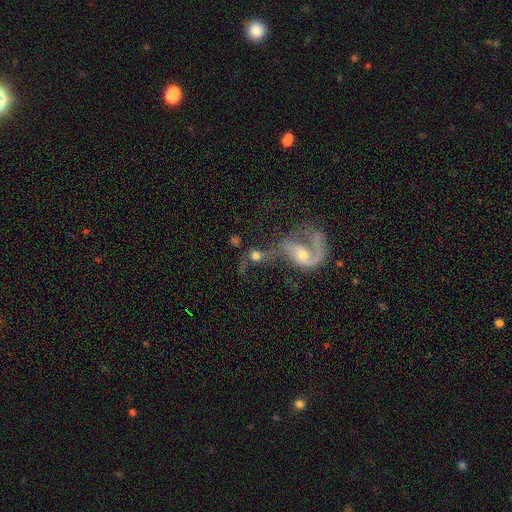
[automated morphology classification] This appears to be a featured or disk galaxy (47%). Merging: merger (59%).